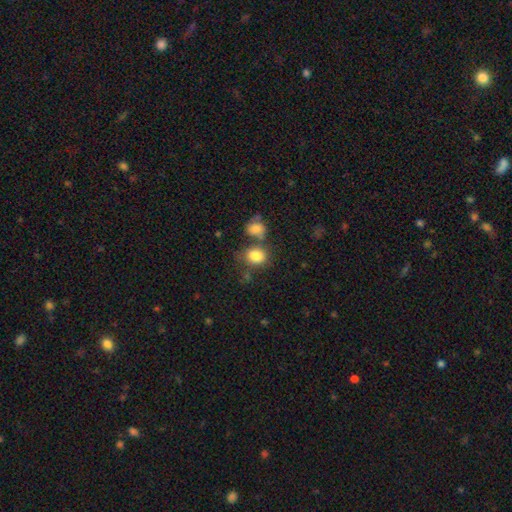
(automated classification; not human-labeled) Overall: smooth (83%). How rounded: round (53%; in between 46%). Merging: none (53%; merger 27%).